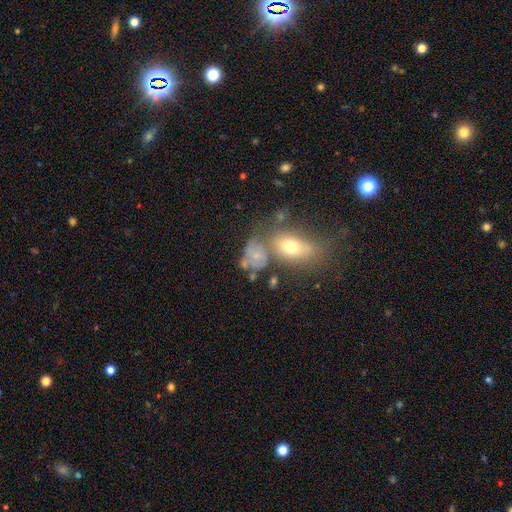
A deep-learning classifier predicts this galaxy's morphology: This is possibly a smooth galaxy (51%). How rounded: possibly in between (58%). Merging: marginally merger (37%).